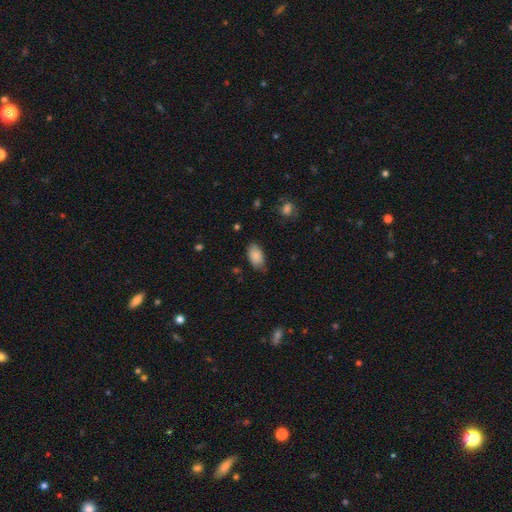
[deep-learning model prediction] smooth 87%, star or artifact 7%, featured or disk 6%. Down the decision tree: how rounded — in between (94%); merging — none (78%).